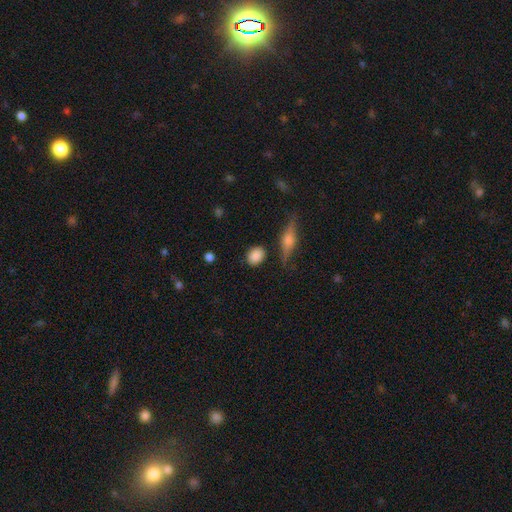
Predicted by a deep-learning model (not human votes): This appears to be a smooth galaxy with no disk features (84%) that is round (54%). Merging: none (81%).